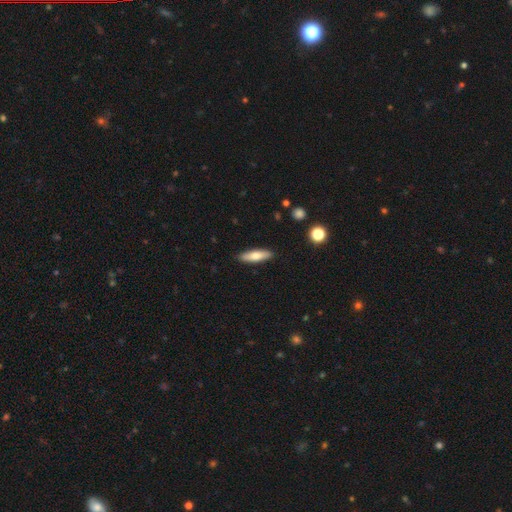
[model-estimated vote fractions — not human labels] Overall: smooth (70%). How rounded: cigar-shaped (64%; in between 34%). Merging: none (89%).